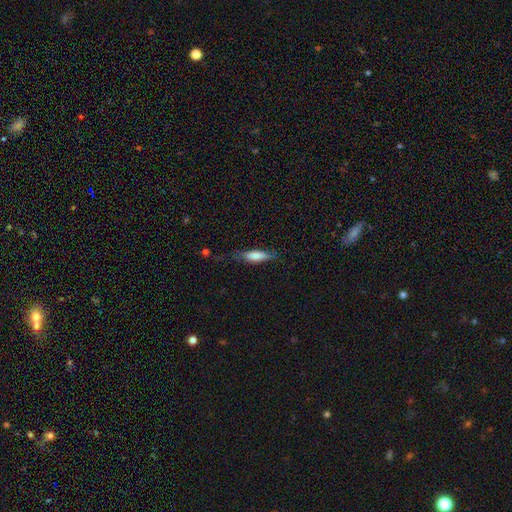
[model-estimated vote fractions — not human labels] smooth 74%, featured or disk 19%, star or artifact 7%. Down the decision tree: how rounded — cigar-shaped (55%); merging — none (57%).